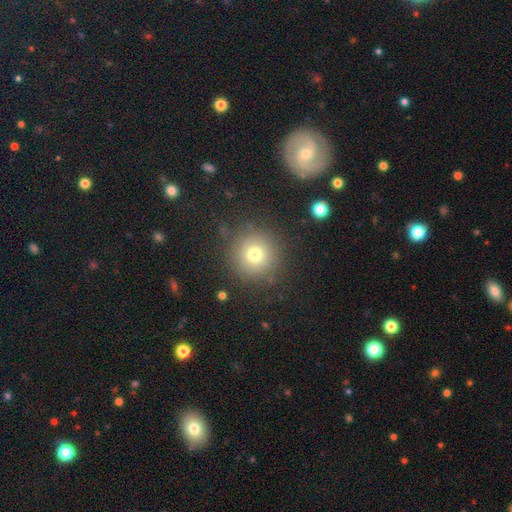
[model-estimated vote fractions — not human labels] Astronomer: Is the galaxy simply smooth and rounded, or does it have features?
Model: smooth — 70%.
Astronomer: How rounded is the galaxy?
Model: round — 95%.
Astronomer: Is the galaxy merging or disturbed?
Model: none — 88%.